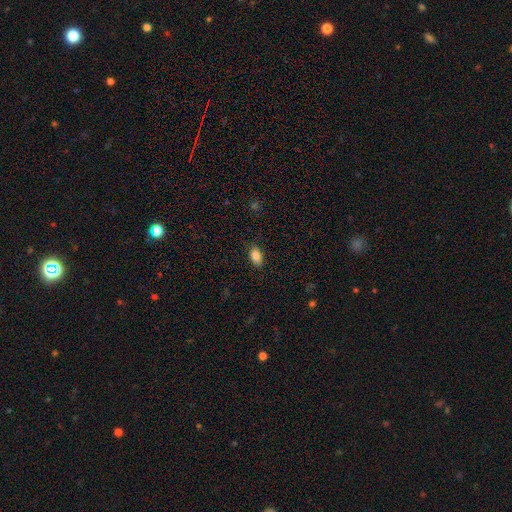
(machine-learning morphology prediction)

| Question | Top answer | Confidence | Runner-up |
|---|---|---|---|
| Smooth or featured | smooth | 86% | star or artifact (8%) |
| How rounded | in between | 89% | round (9%) |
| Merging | none | 86% | minor disturbance (10%) |